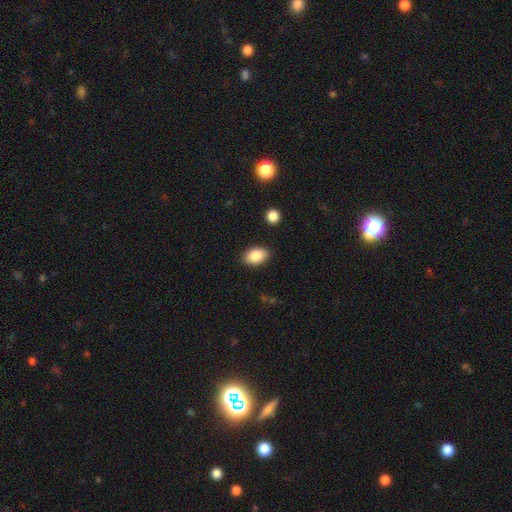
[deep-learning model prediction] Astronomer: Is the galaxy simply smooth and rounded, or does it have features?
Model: smooth — 87%.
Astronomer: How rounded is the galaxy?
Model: in between — 88%.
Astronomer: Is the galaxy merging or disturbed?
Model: none — 87%.